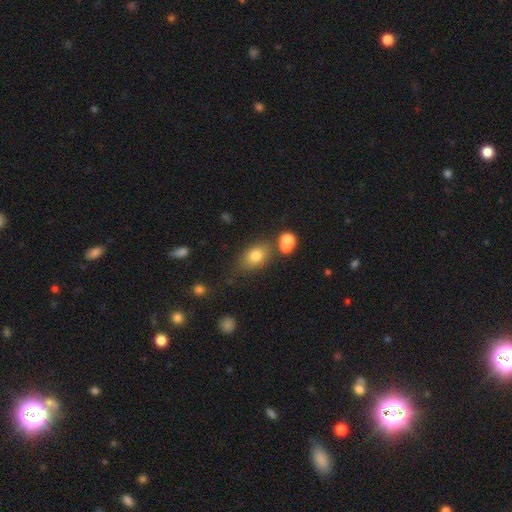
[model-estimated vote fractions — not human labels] A smooth galaxy with no disk features (76%) that is in between round and cigar-shaped (75%).

Vote fractions:
- Smooth or featured? smooth: 76% / featured or disk: 12% / star or artifact: 11%
- How rounded? in between: 75% / round: 23% / cigar-shaped: 2%
- Merging? none: 64% / minor disturbance: 16% / merger: 14% / major disturbance: 6%